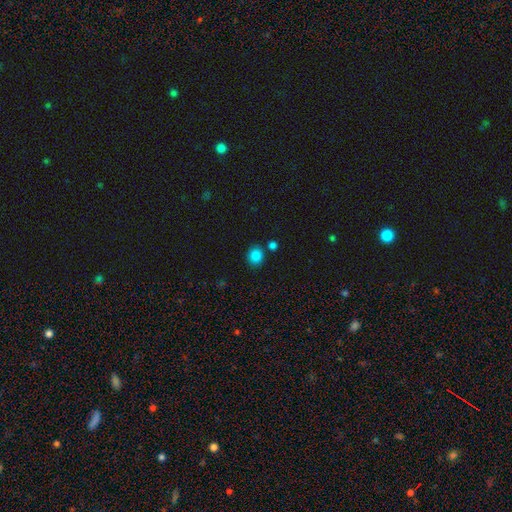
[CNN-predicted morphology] This appears to be a smooth galaxy with no disk features (86%) that is round (75%). Merging: none (79%).